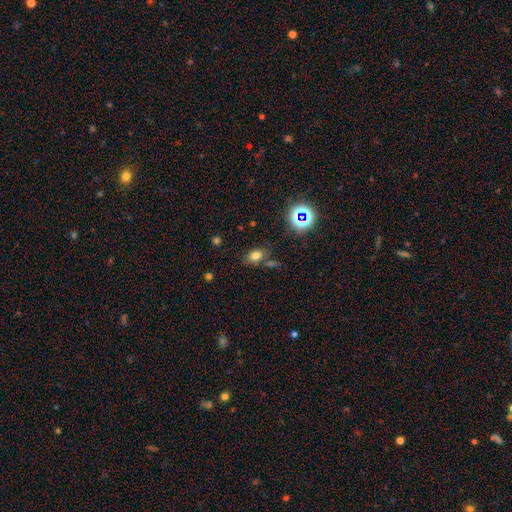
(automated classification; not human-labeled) smooth-or-featured: smooth: 72% | star or artifact: 20% | featured or disk: 8%
  how-rounded: in between: 75% | round: 23% | cigar-shaped: 2%
  merging: none: 70% | minor disturbance: 14% | merger: 11% | major disturbance: 5%